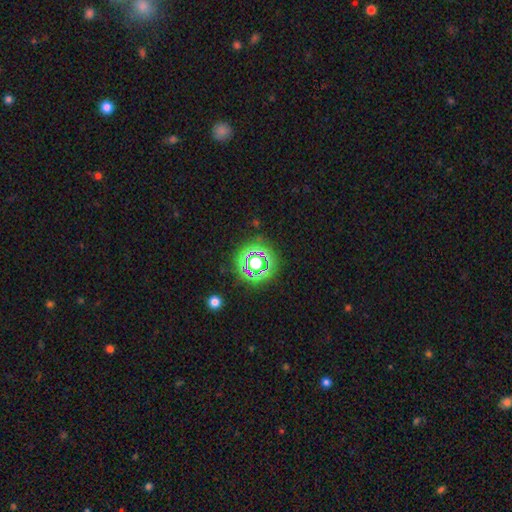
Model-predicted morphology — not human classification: type=star or artifact (74%).